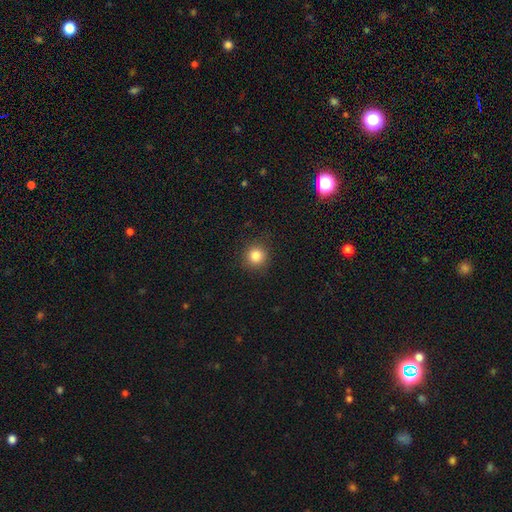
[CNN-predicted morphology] This is clearly a smooth galaxy (84%). How rounded: clearly round (92%). Merging: clearly none (89%).